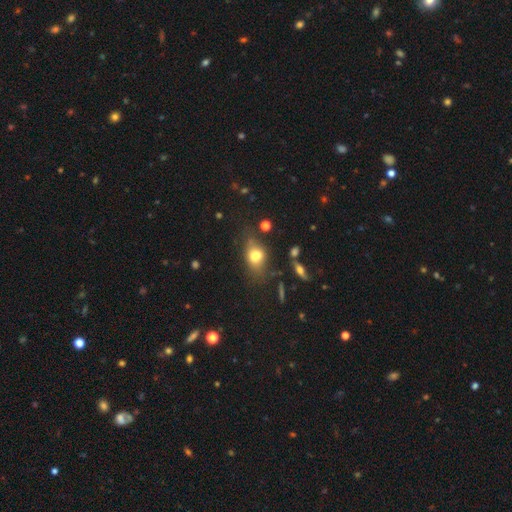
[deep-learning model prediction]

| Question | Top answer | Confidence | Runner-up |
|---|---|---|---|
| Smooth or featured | smooth | 71% | featured or disk (17%) |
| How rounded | in between | 73% | round (23%) |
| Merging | none | 59% | minor disturbance (25%) |